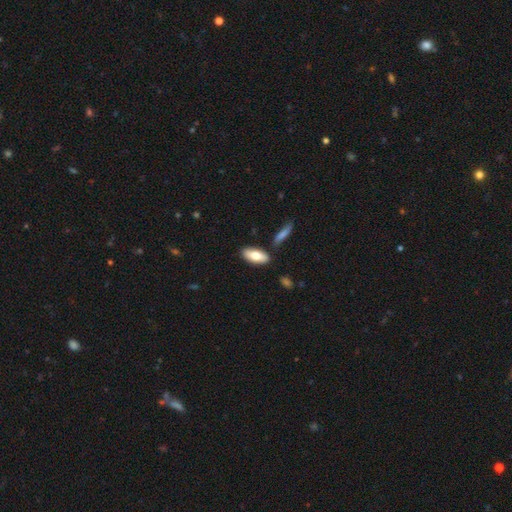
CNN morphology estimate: This appears to be a smooth galaxy with no disk features (74%) that is in between round and cigar-shaped (85%). Merging: none (83%).